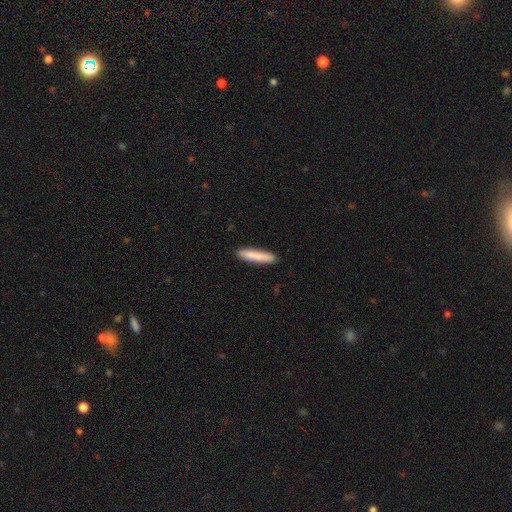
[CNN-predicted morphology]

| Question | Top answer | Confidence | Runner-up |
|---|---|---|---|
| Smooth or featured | smooth | 84% | featured or disk (10%) |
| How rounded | cigar-shaped | 89% | in between (9%) |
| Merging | none | 89% | minor disturbance (8%) |